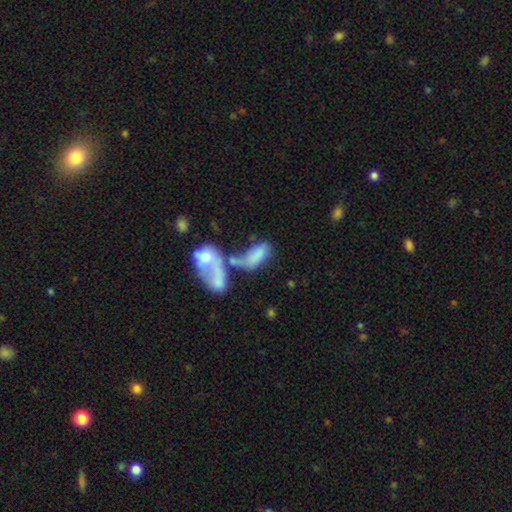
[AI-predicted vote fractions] smooth_or_featured: smooth (p=0.66) [alt: featured or disk p=0.24]
how_rounded: in between (p=0.85) [alt: cigar-shaped p=0.11]
merging: merger (p=0.57) [alt: major disturbance p=0.19]